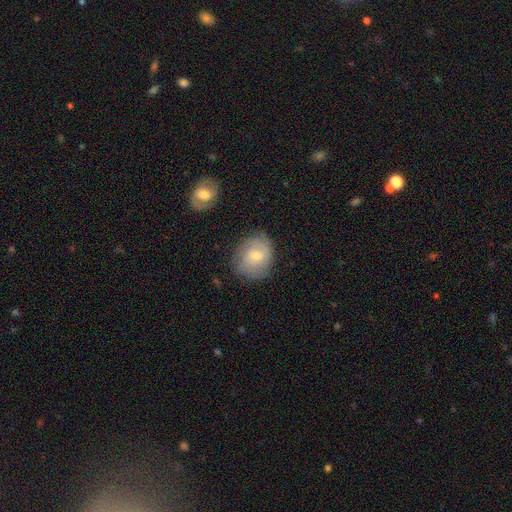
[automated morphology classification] Smooth or featured?
  - smooth: 53% *
  - featured or disk: 40%
  - star or artifact: 8%
How rounded?
  - round: 63% *
  - in between: 36%
  - cigar-shaped: 1%
Merging?
  - none: 76% *
  - minor disturbance: 17%
  - major disturbance: 5%
  - merger: 2%